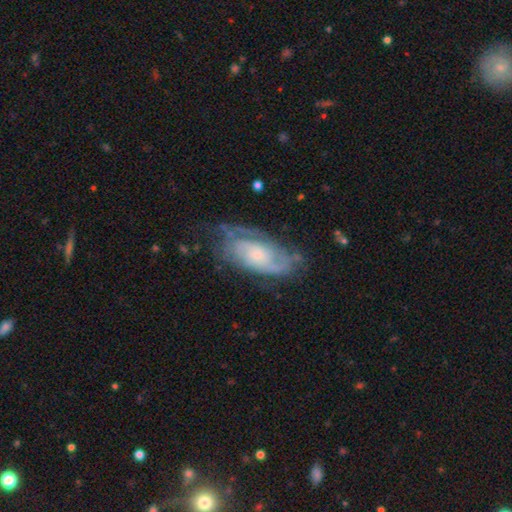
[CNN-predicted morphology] smooth_or_featured: featured or disk (p=0.76) [alt: smooth p=0.17]
disk_edge_on: no (p=0.92) [alt: yes p=0.08]
bar: no (p=0.71) [alt: weak p=0.25]
has_spiral_arms: yes (p=0.90) [alt: no p=0.10]
spiral_winding: tight (p=0.50) [alt: medium p=0.37]
spiral_arm_count: 2 (p=0.44) [alt: can't tell p=0.34]
bulge_size: small (p=0.48) [alt: moderate p=0.35]
merging: none (p=0.62) [alt: minor disturbance p=0.24]